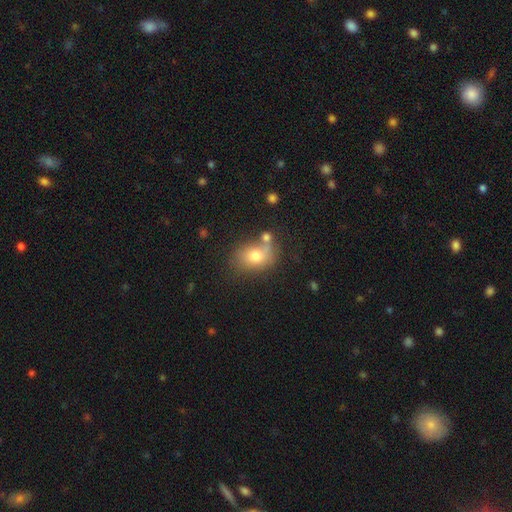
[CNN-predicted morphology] Smooth or featured? smooth (73%)
How rounded? in between (55%)
Merging? none (52%)